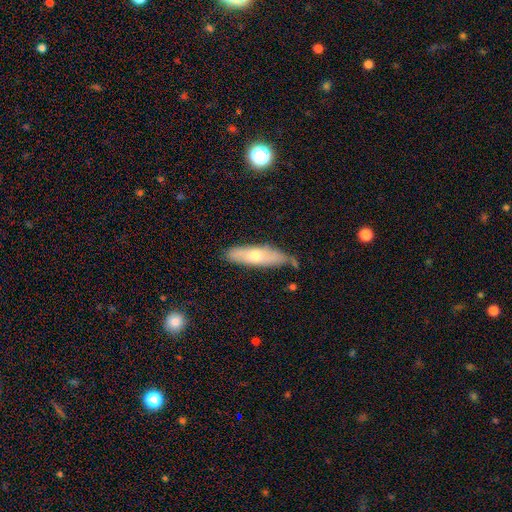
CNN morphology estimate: A smooth galaxy with no disk features (58%) that is cigar-shaped (62%).

Vote fractions:
- Smooth or featured? smooth: 58% / featured or disk: 36% / star or artifact: 6%
- How rounded? cigar-shaped: 62% / in between: 36% / round: 2%
- Merging? none: 67% / minor disturbance: 24% / major disturbance: 5% / merger: 4%